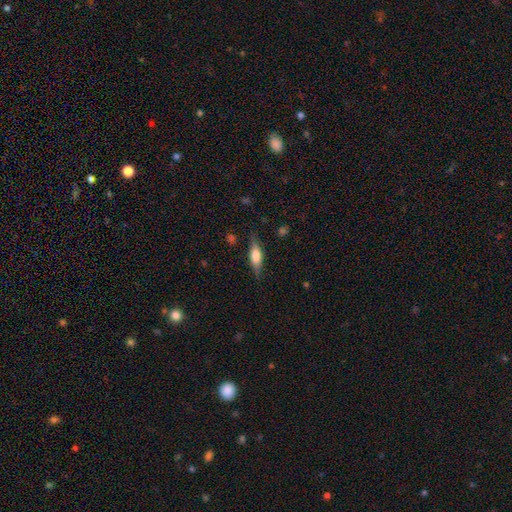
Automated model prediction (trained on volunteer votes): smooth_or_featured: smooth (p=0.54) [alt: featured or disk p=0.40]
how_rounded: in between (p=0.49) [alt: cigar-shaped p=0.48]
merging: none (p=0.81) [alt: minor disturbance p=0.14]